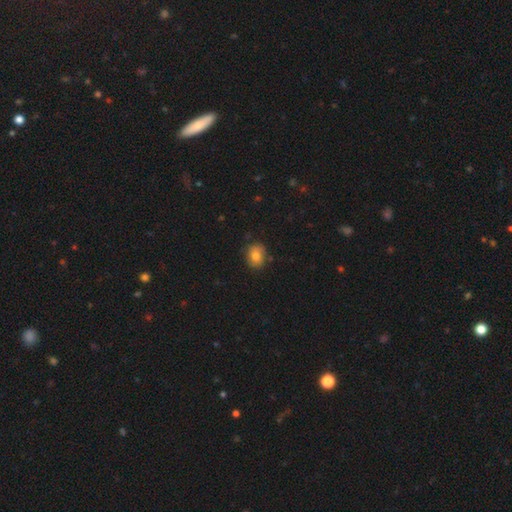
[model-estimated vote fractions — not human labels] Smooth or featured?
  - smooth: 77% *
  - featured or disk: 13%
  - star or artifact: 10%
How rounded?
  - round: 59% *
  - in between: 40%
  - cigar-shaped: 1%
Merging?
  - none: 81% *
  - minor disturbance: 15%
  - major disturbance: 3%
  - merger: 2%